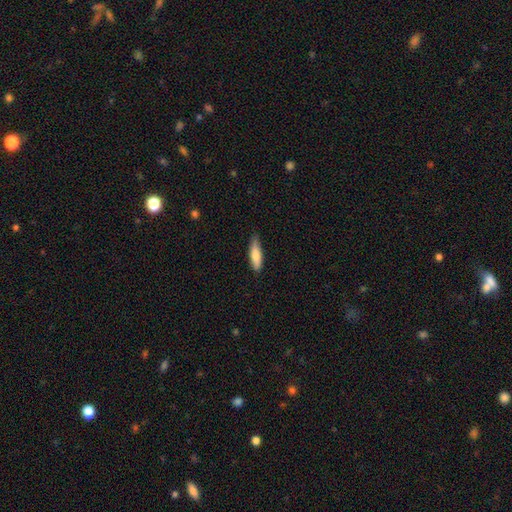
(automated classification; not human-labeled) smooth-or-featured: smooth: 81% | featured or disk: 13% | star or artifact: 6%
  how-rounded: cigar-shaped: 60% | in between: 39% | round: 2%
  merging: none: 72% | minor disturbance: 24% | major disturbance: 3% | merger: 1%